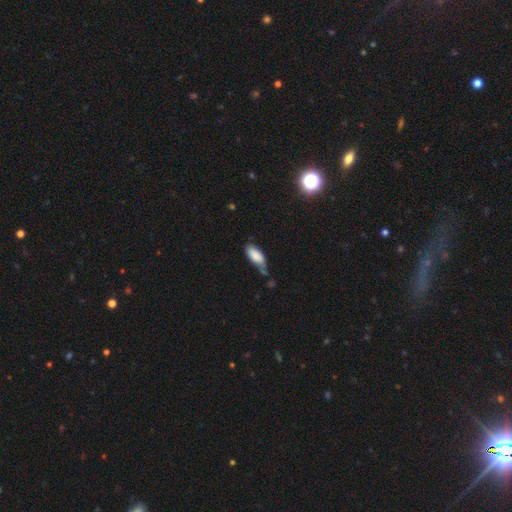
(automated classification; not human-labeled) This is clearly a smooth galaxy (84%). How rounded: clearly in between (86%). Merging: marginally none (43%).